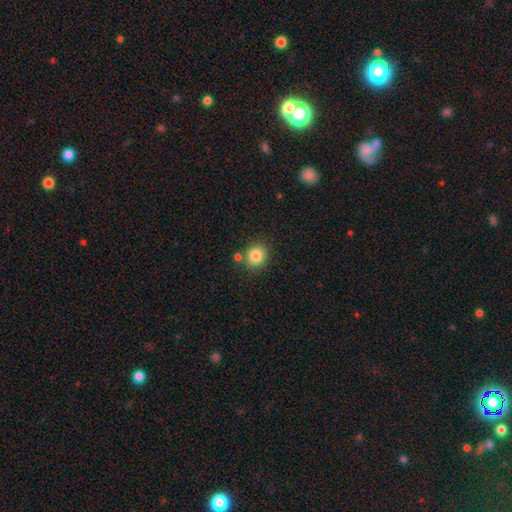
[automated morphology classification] Overall: smooth (84%). How rounded: round (86%). Merging: none (78%).